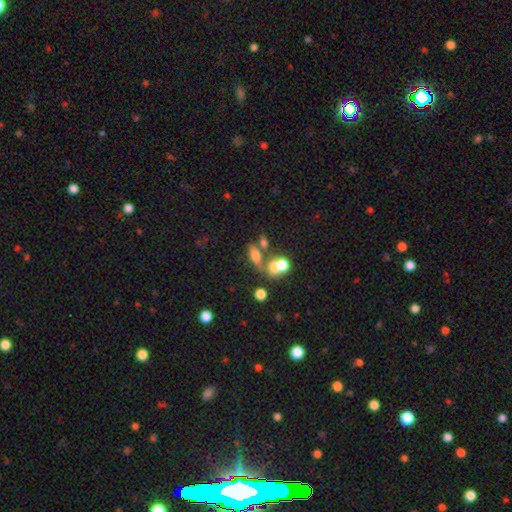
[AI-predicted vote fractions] Overall: smooth (59%; featured or disk 25%). How rounded: in between (68%). Merging: merger (41%; none 32%).